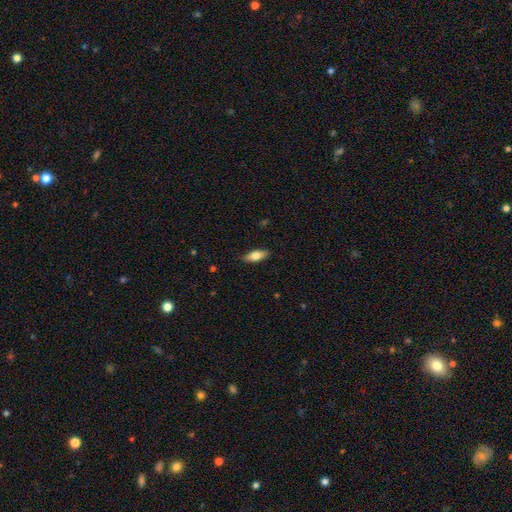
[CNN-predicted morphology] smooth 73%, featured or disk 21%, star or artifact 6%. Down the decision tree: how rounded — in between (74%); merging — none (87%).